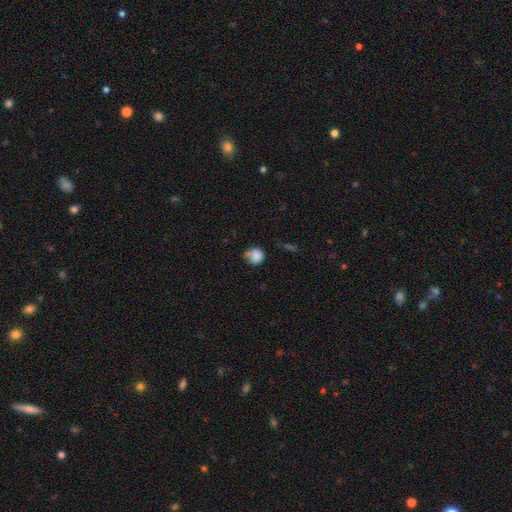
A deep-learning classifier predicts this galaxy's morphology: Smooth or featured? Predicted: smooth (p=0.82). How rounded? Predicted: round (p=0.79). Merging? Predicted: none (p=0.45).